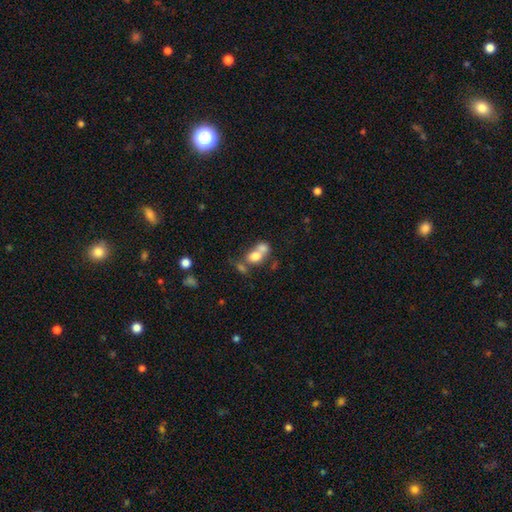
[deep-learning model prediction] This appears to be a smooth galaxy with no disk features (70%) that is in between round and cigar-shaped (51%). Merging: merger (66%).